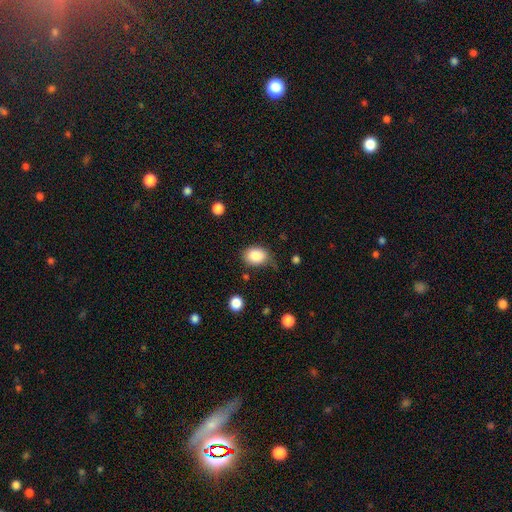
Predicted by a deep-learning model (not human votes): Smooth or featured?
  - smooth: 87% *
  - star or artifact: 8%
  - featured or disk: 5%
How rounded?
  - in between: 70% *
  - round: 29%
  - cigar-shaped: 1%
Merging?
  - none: 67% *
  - minor disturbance: 24%
  - major disturbance: 7%
  - merger: 3%